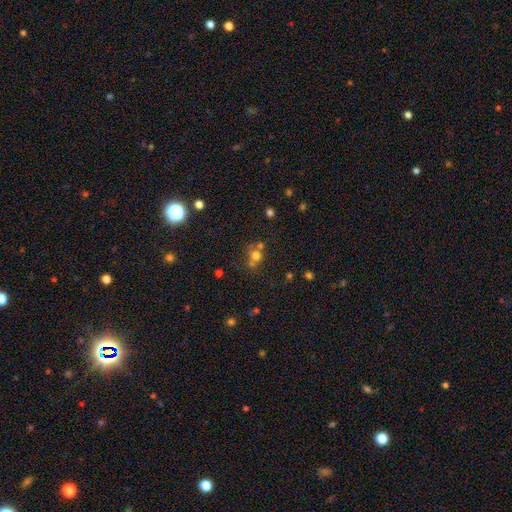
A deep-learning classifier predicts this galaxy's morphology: This is likely a smooth galaxy (64%). How rounded: clearly round (82%). Merging: possibly none (49%).